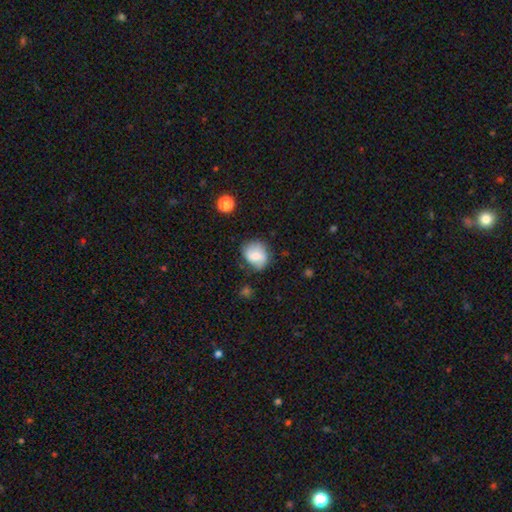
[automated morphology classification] Smooth or featured?
  - smooth: 61% *
  - featured or disk: 30%
  - star or artifact: 9%
How rounded?
  - round: 66% *
  - in between: 33%
  - cigar-shaped: 1%
Merging?
  - none: 62% *
  - minor disturbance: 26%
  - major disturbance: 9%
  - merger: 3%